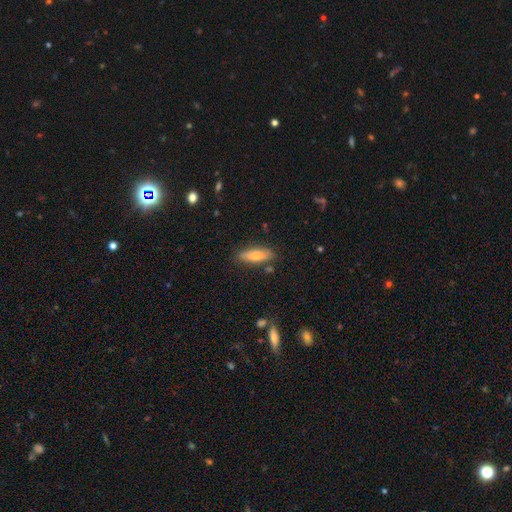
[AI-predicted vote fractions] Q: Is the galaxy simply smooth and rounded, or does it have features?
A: smooth — 73%.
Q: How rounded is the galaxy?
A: in between — 52%.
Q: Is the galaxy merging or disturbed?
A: none — 83%.